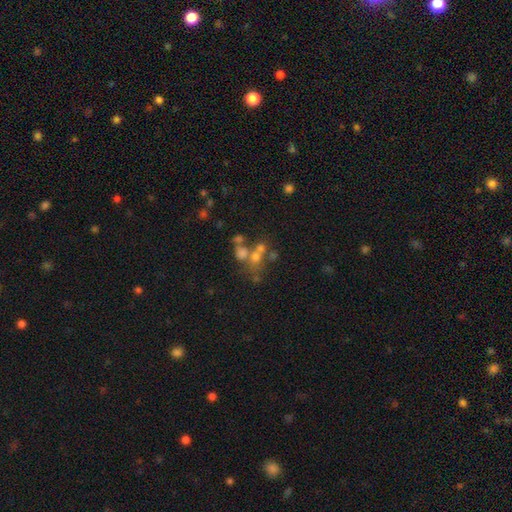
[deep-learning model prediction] smooth-or-featured: smooth: 43% | featured or disk: 29% | star or artifact: 27%
  merging: merger: 45% | none: 38% | major disturbance: 9% | minor disturbance: 8%